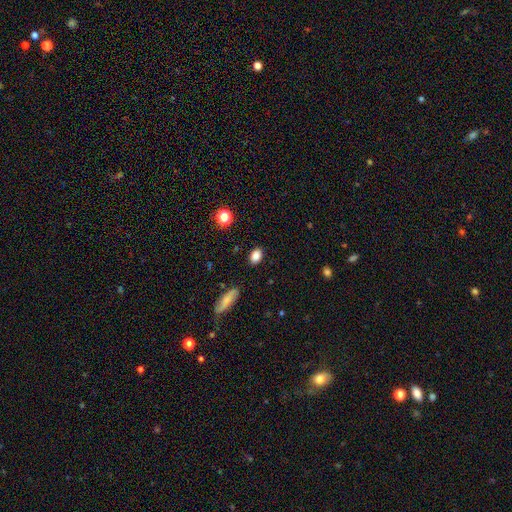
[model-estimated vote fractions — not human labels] Smooth or featured? smooth (84%)
How rounded? in between (78%)
Merging? none (86%)